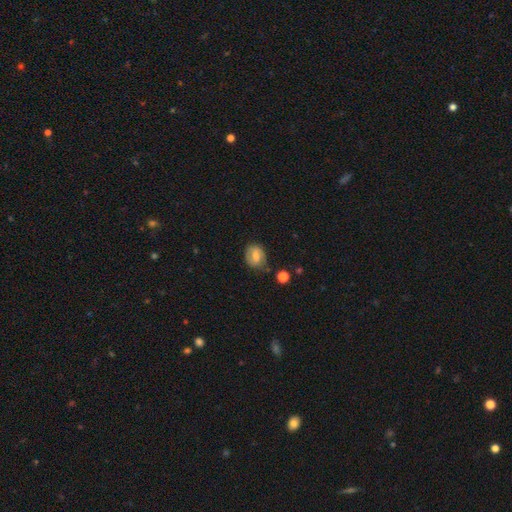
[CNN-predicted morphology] Smooth or featured? smooth (53%)
How rounded? round (51%)
Merging? none (66%)